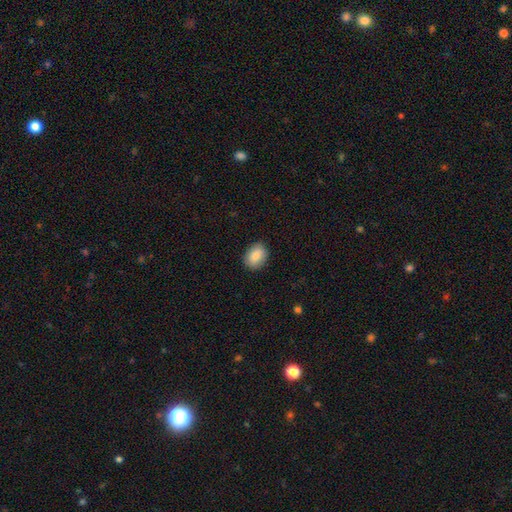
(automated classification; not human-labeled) Morphology: type=smooth (87%); roundness=in between (62%); merging=none (86%).